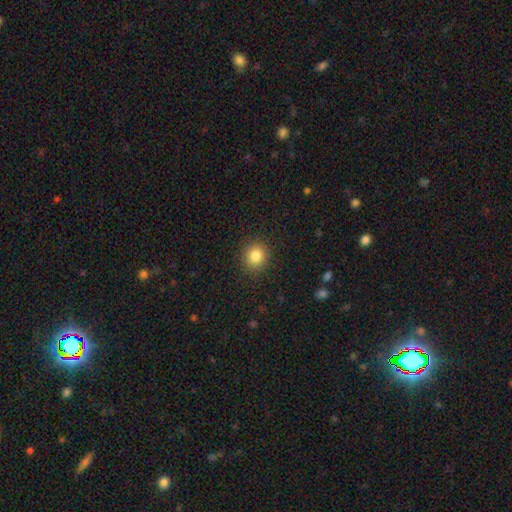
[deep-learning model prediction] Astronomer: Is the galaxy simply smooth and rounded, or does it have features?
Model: smooth — 84%.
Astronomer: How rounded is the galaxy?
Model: round — 86%.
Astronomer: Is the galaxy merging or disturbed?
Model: none — 90%.